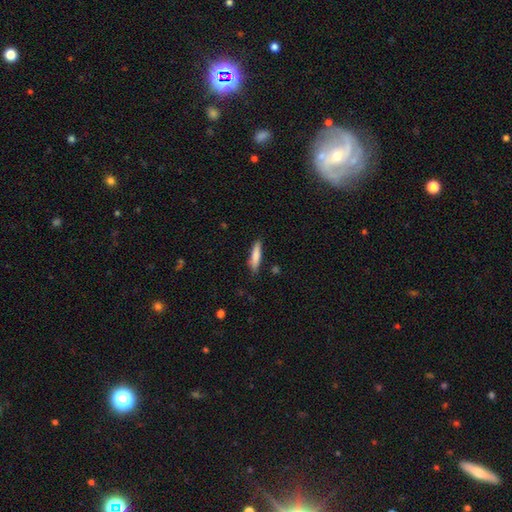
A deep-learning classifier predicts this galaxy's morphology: This appears to be a smooth galaxy with no disk features (81%) that is cigar-shaped (80%). Merging: none (83%).